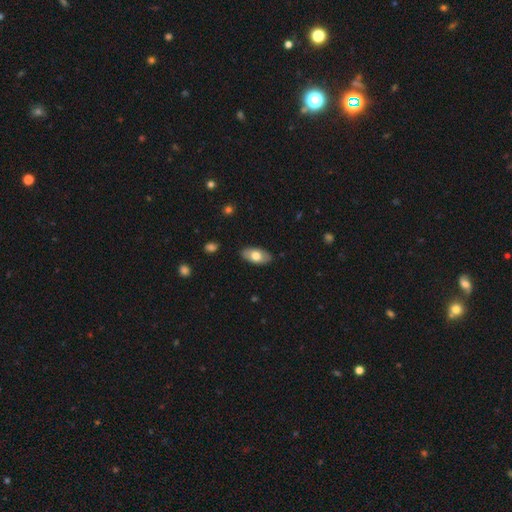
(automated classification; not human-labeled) Smooth or featured?
  - smooth: 69% *
  - featured or disk: 25%
  - star or artifact: 6%
How rounded?
  - in between: 93% *
  - cigar-shaped: 4%
  - round: 3%
Merging?
  - none: 86% *
  - minor disturbance: 11%
  - major disturbance: 2%
  - merger: 1%